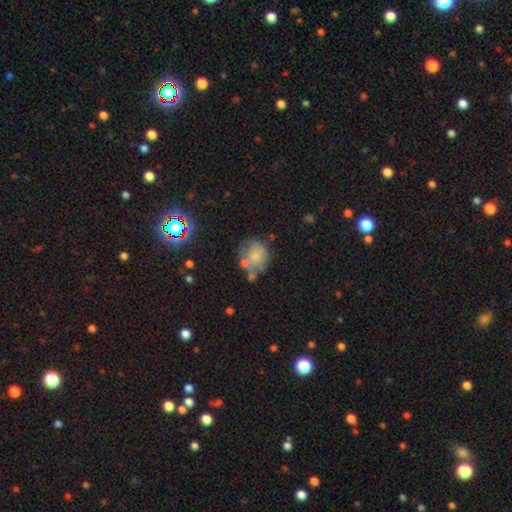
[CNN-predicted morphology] type=smooth (60%); roundness=round (68%); merging=none (40%).